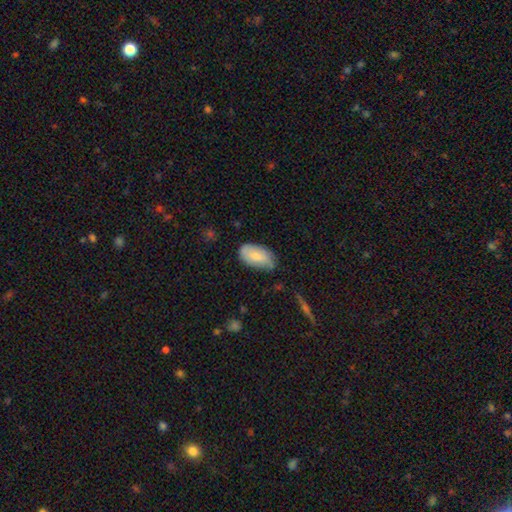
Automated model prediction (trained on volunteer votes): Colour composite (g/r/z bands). It shows a smooth galaxy with no disk features (77%) that is in between round and cigar-shaped (94%). Merging: none (63%).